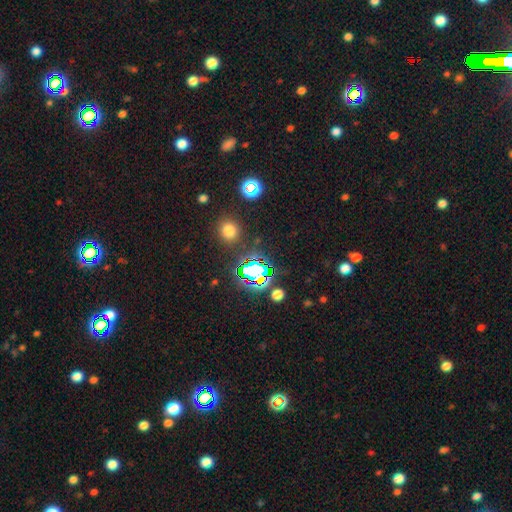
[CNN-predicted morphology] This appears to be a star or artifact, not a galaxy (76%).